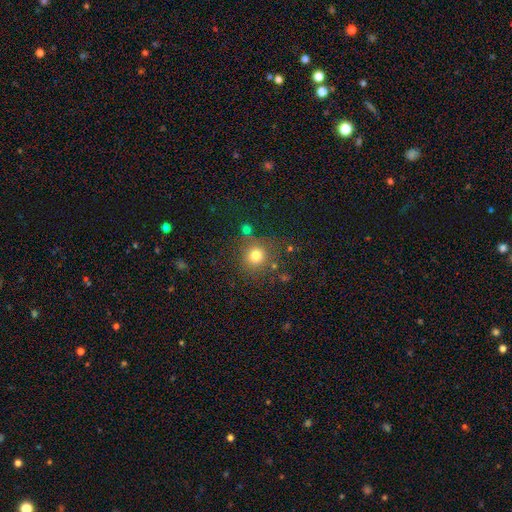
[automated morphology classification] Q: Smooth or featured?
A: smooth (77%); runner-up: star or artifact (15%)
Q: How rounded?
A: round (91%); runner-up: in between (8%)
Q: Merging?
A: none (78%); runner-up: minor disturbance (11%)